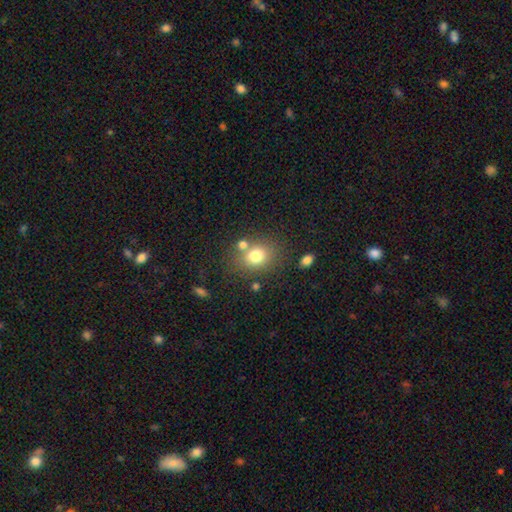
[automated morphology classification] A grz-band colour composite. It shows a smooth galaxy with no disk features (77%) that is round (52%). Merging: none (66%).